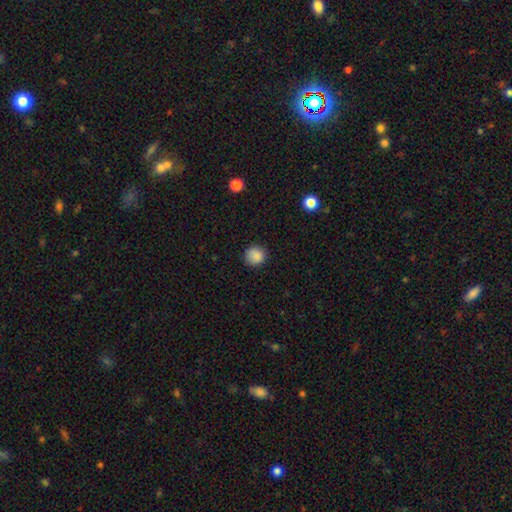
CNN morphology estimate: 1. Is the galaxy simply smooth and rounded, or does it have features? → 88% smooth, 9% star or artifact, 3% featured or disk.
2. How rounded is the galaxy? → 91% round, 8% in between, 1% cigar-shaped.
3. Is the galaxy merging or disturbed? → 88% none, 9% minor disturbance, 2% major disturbance, 1% merger.